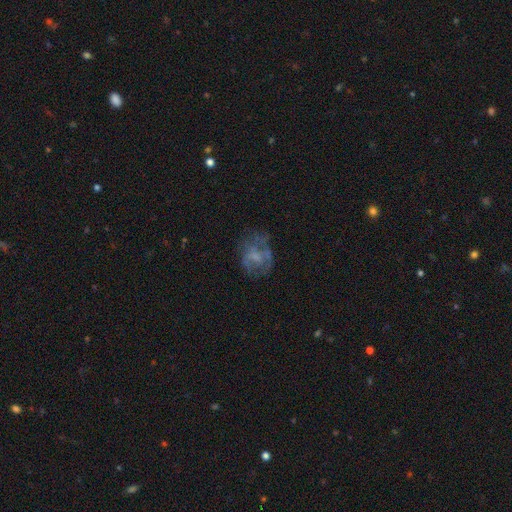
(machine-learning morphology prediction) The model was most divided on "smooth or featured": featured or disk: 52%, smooth: 34%, star or artifact: 14%. Remaining: edge-on disk — no (97%); bar — no (74%); spiral arms — no (70%); merging — none (48%); bulge size — none (47%).